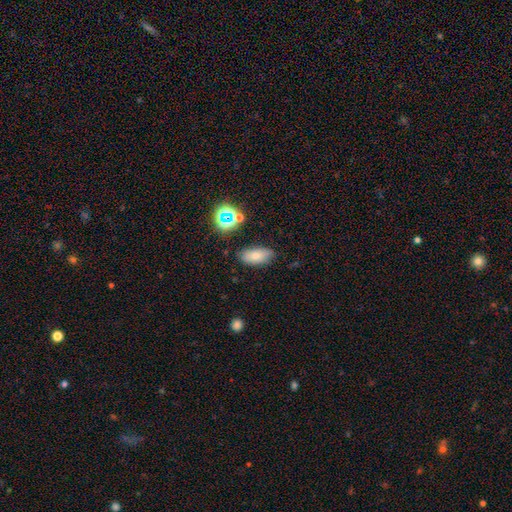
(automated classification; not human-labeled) A smooth galaxy with no disk features (72%) that is in between round and cigar-shaped (88%). Merging: none (79%).